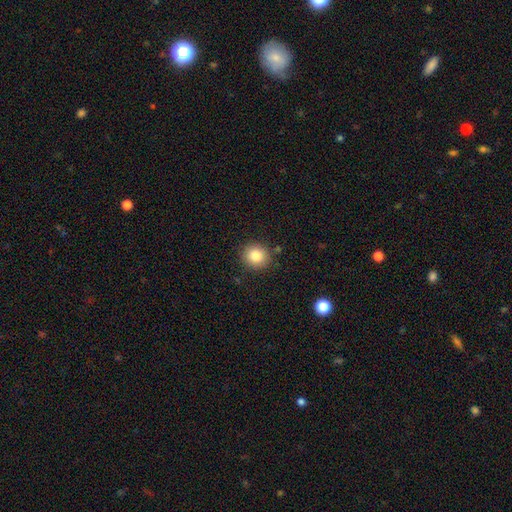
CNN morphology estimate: smooth 84%, star or artifact 10%, featured or disk 6%. Down the decision tree: how rounded — round (85%); merging — none (87%).